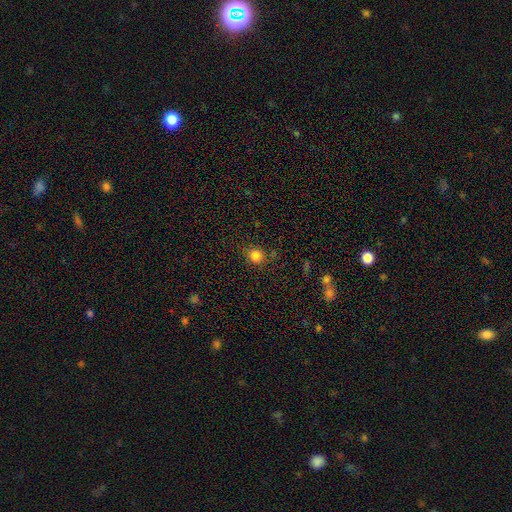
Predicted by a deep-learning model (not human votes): smooth_or_featured: smooth (p=0.83) [alt: star or artifact p=0.13]
how_rounded: round (p=0.87) [alt: in between p=0.12]
merging: none (p=0.84) [alt: minor disturbance p=0.11]